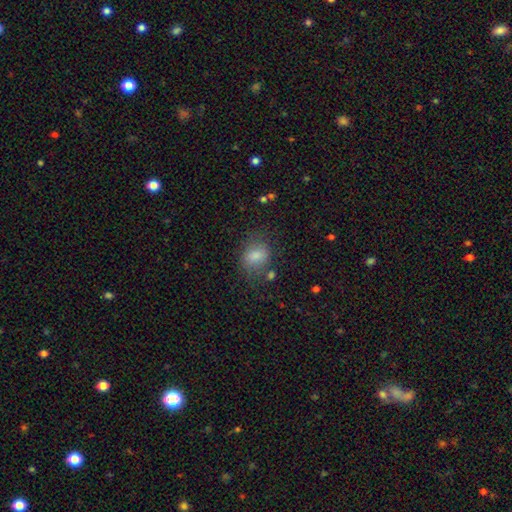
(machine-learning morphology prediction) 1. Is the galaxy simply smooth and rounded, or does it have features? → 74% smooth, 13% featured or disk, 12% star or artifact.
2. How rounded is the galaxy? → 59% in between, 39% round, 1% cigar-shaped.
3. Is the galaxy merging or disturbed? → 67% none, 20% minor disturbance, 9% major disturbance, 5% merger.